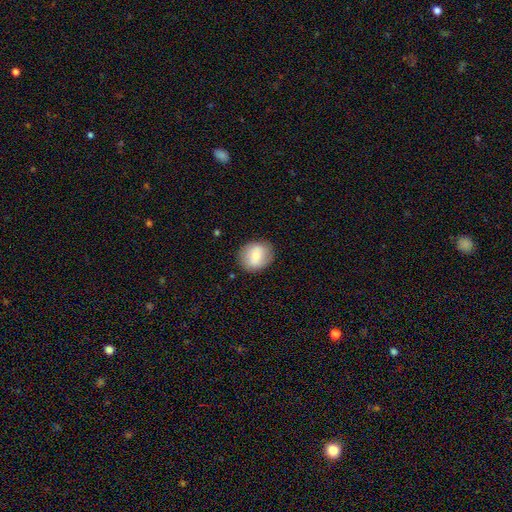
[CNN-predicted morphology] Smooth or featured? smooth (71%)
How rounded? round (70%)
Merging? none (85%)